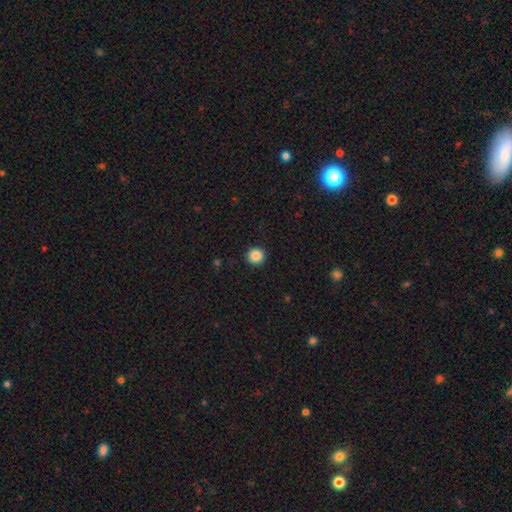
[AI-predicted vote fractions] Smooth or featured? Predicted: smooth (p=0.87). How rounded? Predicted: round (p=0.95). Merging? Predicted: none (p=0.92).